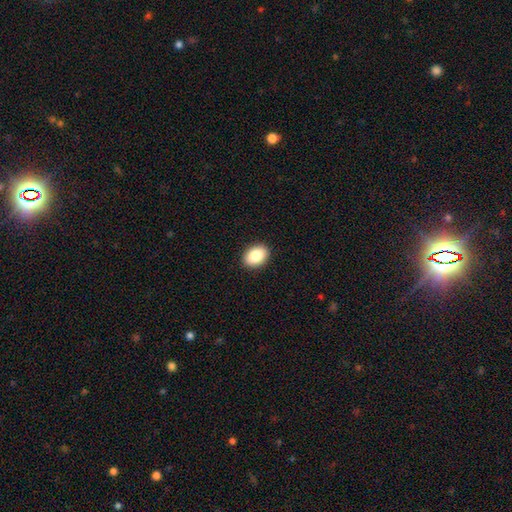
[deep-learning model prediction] smooth_or_featured: smooth (p=0.85) [alt: star or artifact p=0.08]
how_rounded: in between (p=0.76) [alt: round p=0.23]
merging: none (p=0.91) [alt: minor disturbance p=0.07]